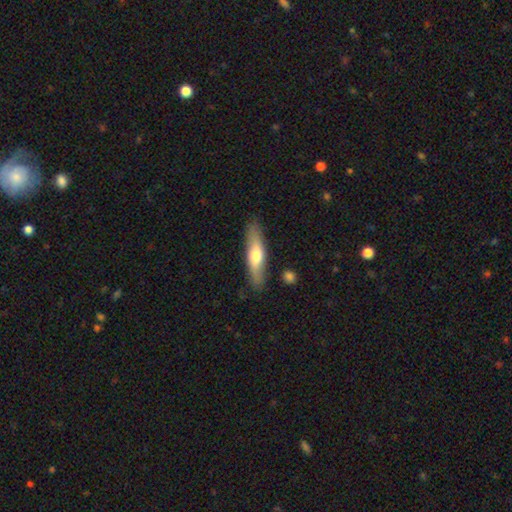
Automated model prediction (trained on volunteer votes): A smooth galaxy with no disk features (57%) that is cigar-shaped (73%).

Vote fractions:
- Smooth or featured? smooth: 57% / featured or disk: 38% / star or artifact: 5%
- How rounded? cigar-shaped: 73% / in between: 25% / round: 2%
- Merging? none: 83% / minor disturbance: 12% / major disturbance: 3% / merger: 2%